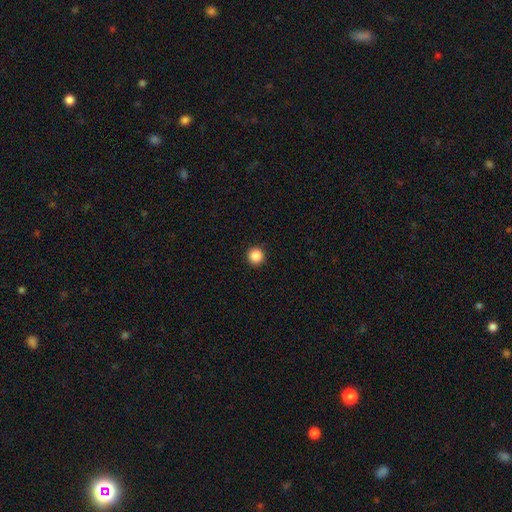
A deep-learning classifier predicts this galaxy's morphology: Smooth or featured: smooth — 88% (star or artifact — 10%)
How rounded: round — 96% (in between — 3%)
Merging: none — 93% (minor disturbance — 4%)